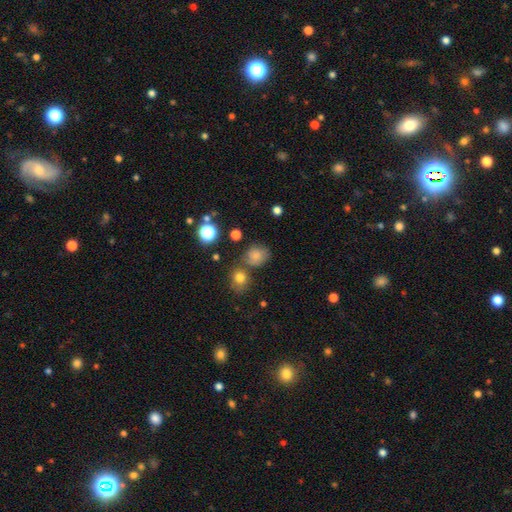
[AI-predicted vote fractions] Smooth or featured?
  - smooth: 75% *
  - star or artifact: 16%
  - featured or disk: 9%
How rounded?
  - round: 67% *
  - in between: 32%
  - cigar-shaped: 1%
Merging?
  - none: 60% *
  - minor disturbance: 18%
  - merger: 15%
  - major disturbance: 7%